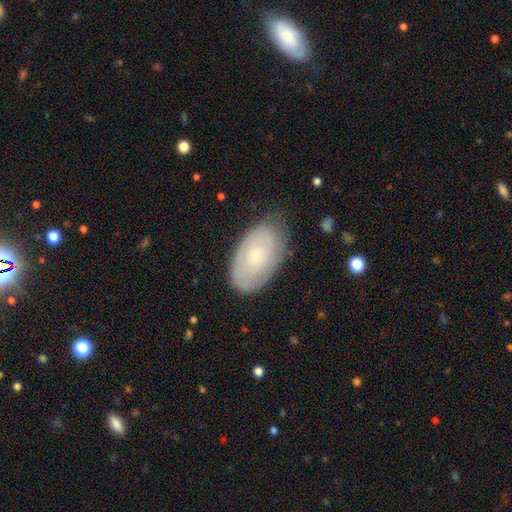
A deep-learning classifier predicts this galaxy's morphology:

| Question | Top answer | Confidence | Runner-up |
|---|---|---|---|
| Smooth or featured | smooth | 54% | featured or disk (40%) |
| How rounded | in between | 93% | round (5%) |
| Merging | none | 71% | minor disturbance (23%) |